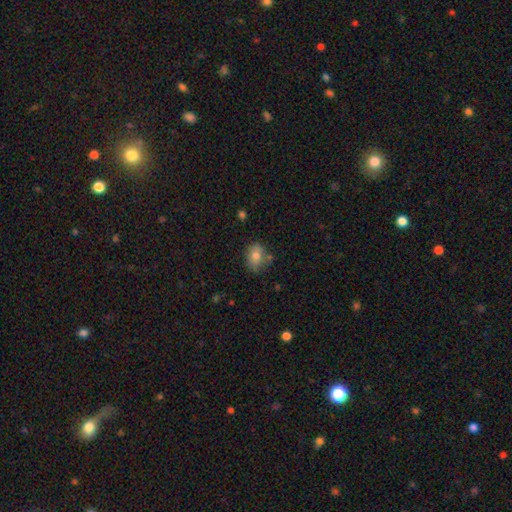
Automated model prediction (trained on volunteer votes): The model was most divided on "how rounded": in between: 64%, round: 35%, cigar-shaped: 1%. More confident: smooth or featured — smooth (76%); merging — none (64%).